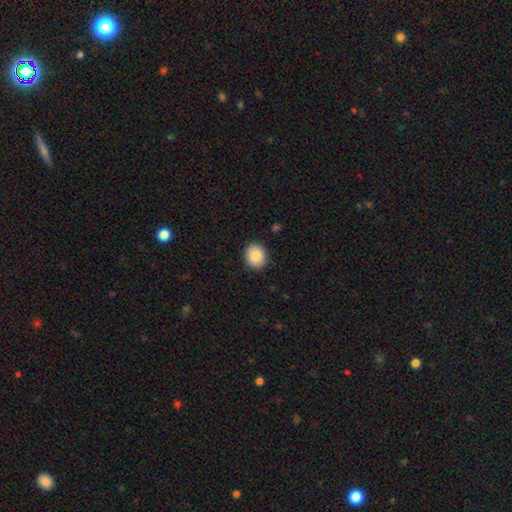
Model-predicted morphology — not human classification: This is clearly a smooth galaxy (87%). How rounded: possibly round (57%). Merging: clearly none (89%).